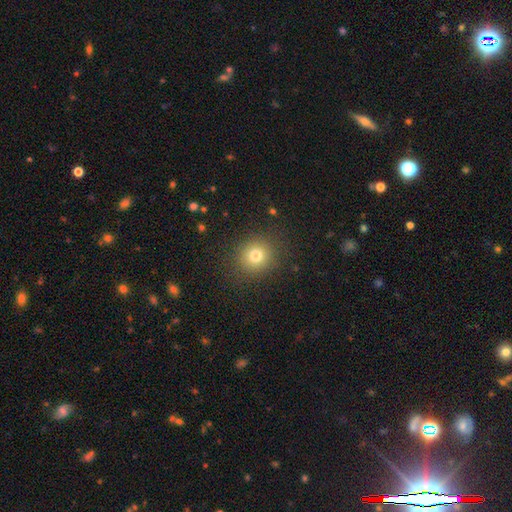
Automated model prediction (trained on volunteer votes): A smooth galaxy with no disk features (78%) that is round (87%).

Vote fractions:
- Smooth or featured? smooth: 78% / star or artifact: 14% / featured or disk: 8%
- How rounded? round: 87% / in between: 13% / cigar-shaped: 1%
- Merging? none: 88% / minor disturbance: 7% / major disturbance: 3% / merger: 1%